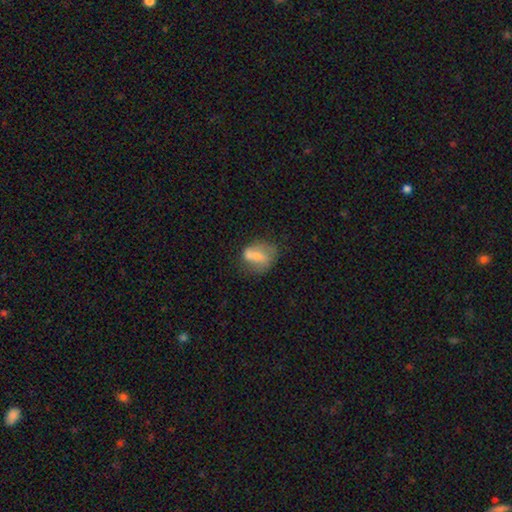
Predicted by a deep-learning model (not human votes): The model was most divided on "merging": none: 38%, minor disturbance: 25%, merger: 19%, major disturbance: 18%. More confident: how rounded — in between (65%); smooth or featured — smooth (57%).